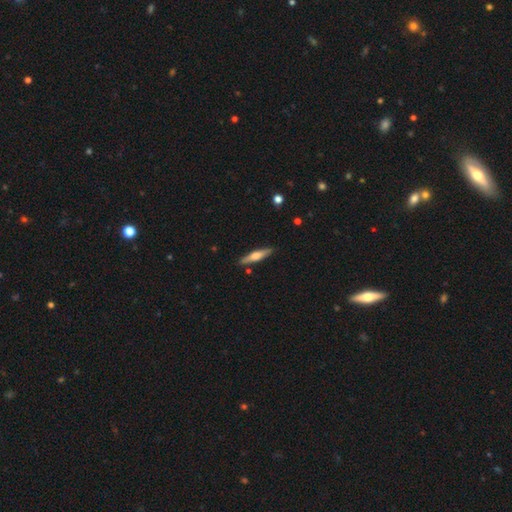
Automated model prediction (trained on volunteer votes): Overall: smooth (48%; featured or disk 47%). Merging: none (87%).